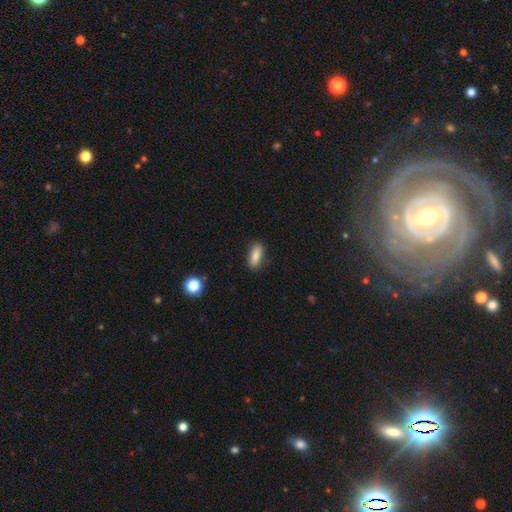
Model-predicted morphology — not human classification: smooth-or-featured: smooth: 85% | star or artifact: 8% | featured or disk: 7%
  how-rounded: in between: 76% | cigar-shaped: 21% | round: 3%
  merging: none: 84% | minor disturbance: 12% | major disturbance: 3% | merger: 1%